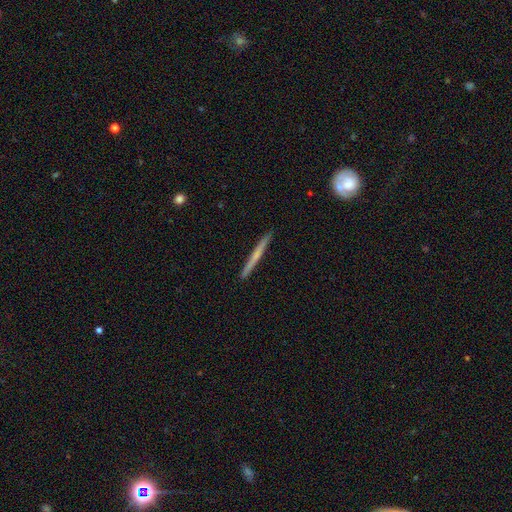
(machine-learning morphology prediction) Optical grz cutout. It shows a featured or disk galaxy (53%) viewed edge-on (97%) with no central bulge (67%). Merging: none (92%).